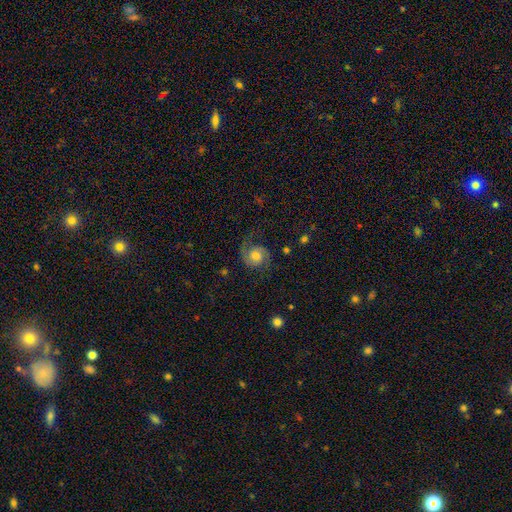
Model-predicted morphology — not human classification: A featured or disk galaxy (80%) with no bar (70%), 2 (90%) medium (51%) spiral arms (97%) and a moderate central bulge (53%).

Vote fractions:
- Smooth or featured? featured or disk: 80% / smooth: 13% / star or artifact: 8%
- Edge-on disk? no: 98% / yes: 2%
- Bar? no: 70% / weak: 26% / strong: 4%
- Spiral arms? yes: 97% / no: 3%
- Spiral winding? medium: 51% / loose: 25% / tight: 24%
- Spiral arm count? 2: 90% / 1: 4% / can't tell: 3% / 3: 1% / 4: 1% / more than 4: 1%
- Bulge size? moderate: 53% / small: 32% / large: 9% / none: 5% / dominant: 2%
- Merging? none: 73% / minor disturbance: 15% / major disturbance: 11% / merger: 1%